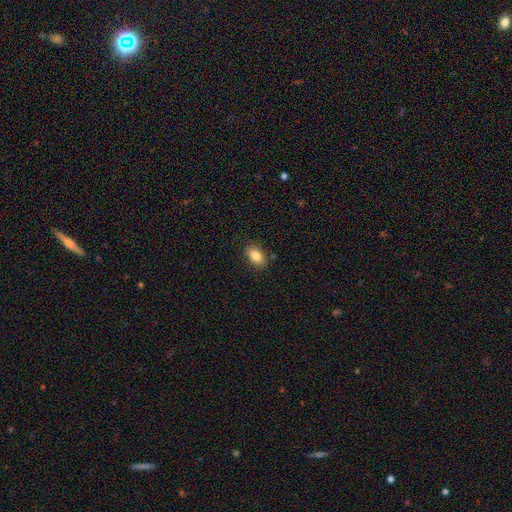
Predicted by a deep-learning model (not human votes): Smooth or featured? smooth (84%)
How rounded? in between (88%)
Merging? none (86%)